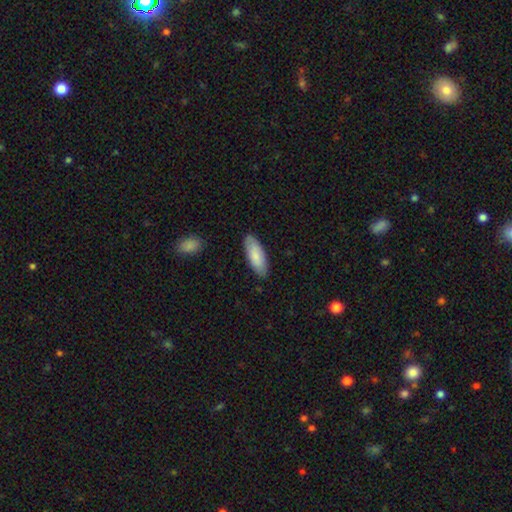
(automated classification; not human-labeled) Morphology: type=smooth (82%); roundness=in between (73%); merging=none (85%).